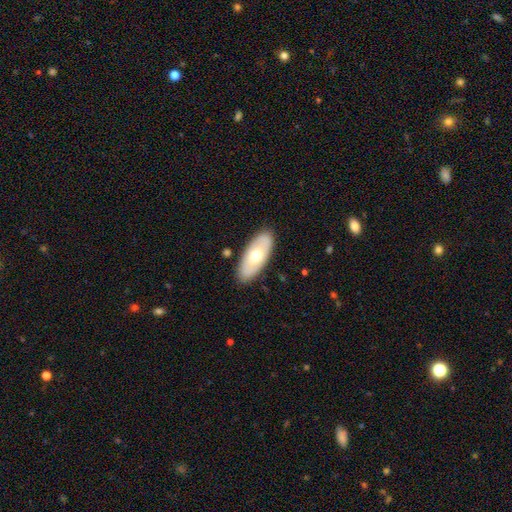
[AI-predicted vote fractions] This is possibly a smooth galaxy (54%). How rounded: clearly in between (88%). Merging: clearly none (87%).